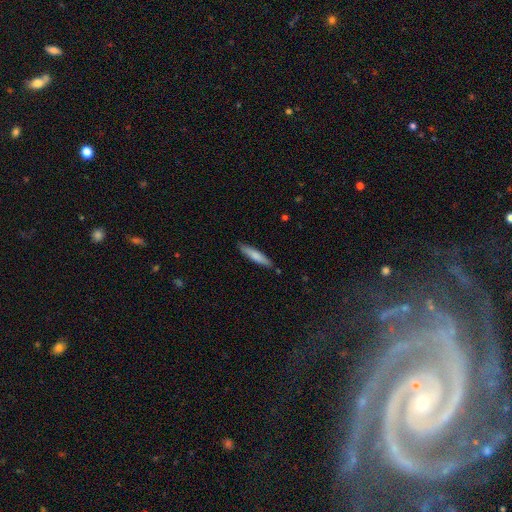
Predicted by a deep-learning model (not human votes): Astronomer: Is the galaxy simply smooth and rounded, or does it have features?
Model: smooth — 74%.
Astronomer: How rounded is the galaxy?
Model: cigar-shaped — 87%.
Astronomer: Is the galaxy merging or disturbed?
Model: none — 86%.